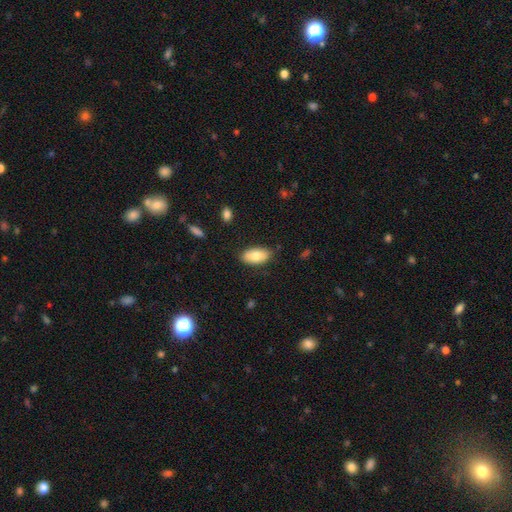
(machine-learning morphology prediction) A smooth galaxy with no disk features (78%) that is in between round and cigar-shaped (94%). Merging: none (83%).